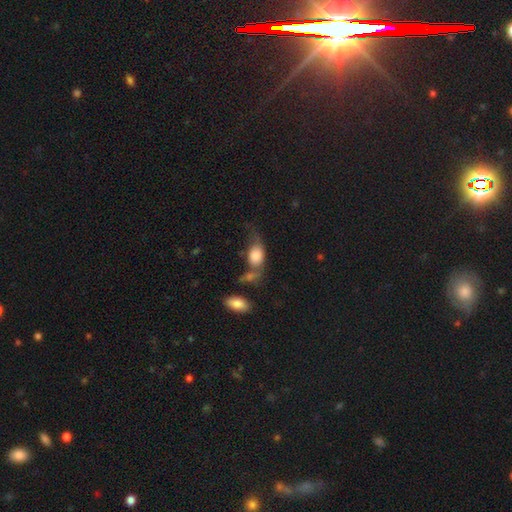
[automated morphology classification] Smooth or featured? Predicted: smooth (p=0.76). How rounded? Predicted: in between (p=0.83). Merging? Predicted: none (p=0.28).